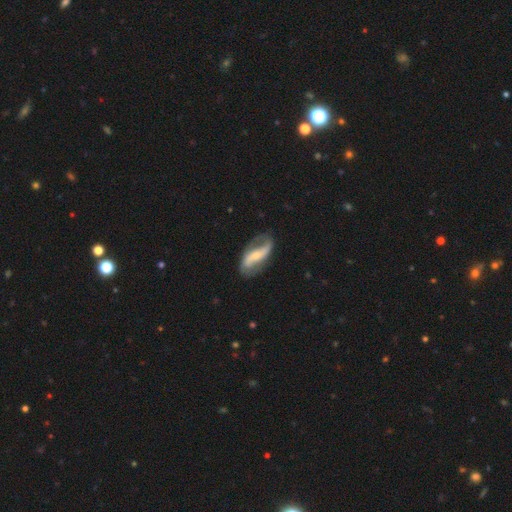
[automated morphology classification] Smooth or featured? featured or disk (78%)
Edge-on disk? no (92%)
Bar? strong (46%)
Spiral arms? yes (90%)
Spiral winding? loose (61%)
Spiral arm count? 2 (88%)
Bulge size? small (53%)
Merging? none (70%)